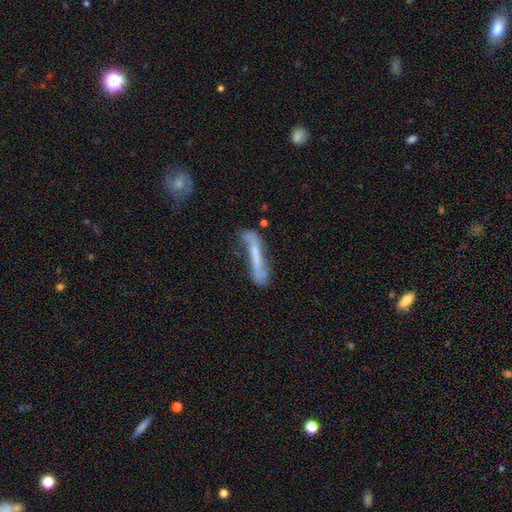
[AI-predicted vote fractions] Smooth or featured?
  - featured or disk: 54% *
  - smooth: 37%
  - star or artifact: 9%
Edge-on disk?
  - no: 54% *
  - yes: 46%
Merging?
  - none: 39% *
  - minor disturbance: 27%
  - major disturbance: 23%
  - merger: 11%